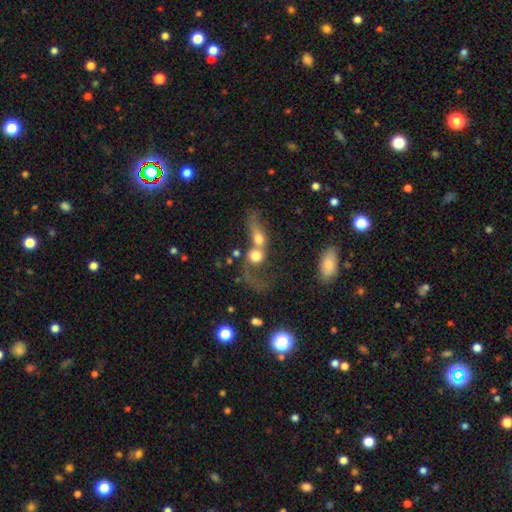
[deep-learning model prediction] Smooth or featured?
  - smooth: 59% *
  - featured or disk: 30%
  - star or artifact: 11%
How rounded?
  - round: 63% *
  - in between: 32%
  - cigar-shaped: 4%
Merging?
  - merger: 74% *
  - major disturbance: 12%
  - none: 9%
  - minor disturbance: 5%